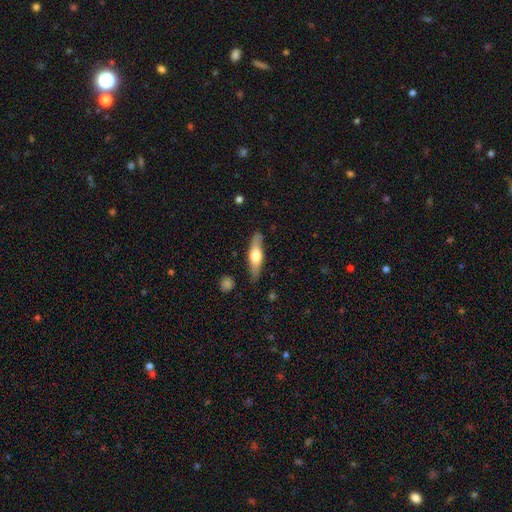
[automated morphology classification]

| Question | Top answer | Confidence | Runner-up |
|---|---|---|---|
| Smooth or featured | smooth | 50% | featured or disk (45%) |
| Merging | none | 83% | minor disturbance (12%) |